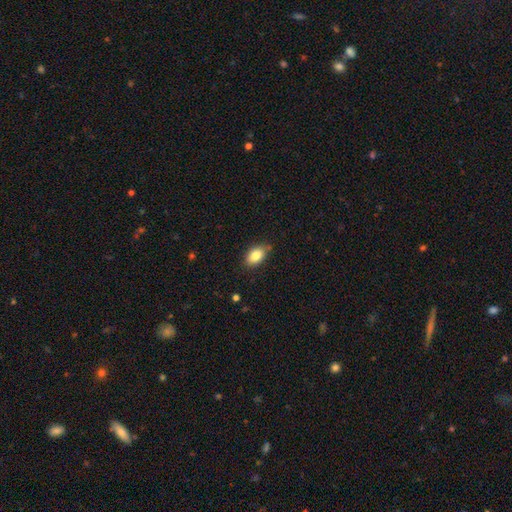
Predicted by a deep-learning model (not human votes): smooth-or-featured: smooth: 84% | featured or disk: 9% | star or artifact: 8%
  how-rounded: in between: 89% | round: 9% | cigar-shaped: 2%
  merging: none: 82% | minor disturbance: 14% | major disturbance: 2% | merger: 2%